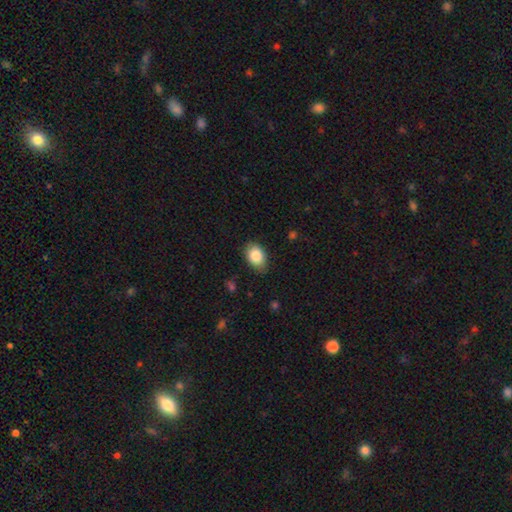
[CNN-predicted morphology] Q: Smooth or featured?
A: smooth (86%); runner-up: star or artifact (7%)
Q: How rounded?
A: in between (83%); runner-up: round (16%)
Q: Merging?
A: none (81%); runner-up: minor disturbance (15%)